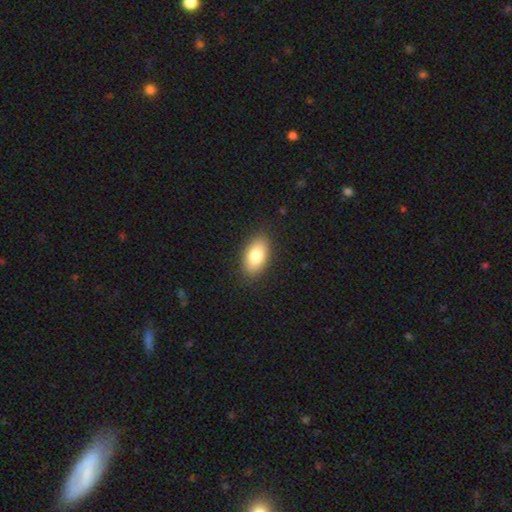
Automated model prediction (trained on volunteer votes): smooth-or-featured: smooth: 82% | featured or disk: 11% | star or artifact: 7%
  how-rounded: in between: 93% | round: 5% | cigar-shaped: 3%
  merging: none: 88% | minor disturbance: 9% | major disturbance: 2% | merger: 1%